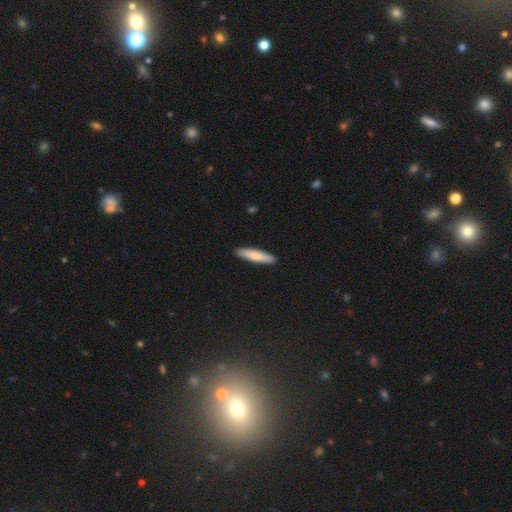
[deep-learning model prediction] Q: Smooth or featured?
A: smooth (77%); runner-up: featured or disk (18%)
Q: How rounded?
A: cigar-shaped (84%); runner-up: in between (15%)
Q: Merging?
A: none (91%); runner-up: minor disturbance (7%)